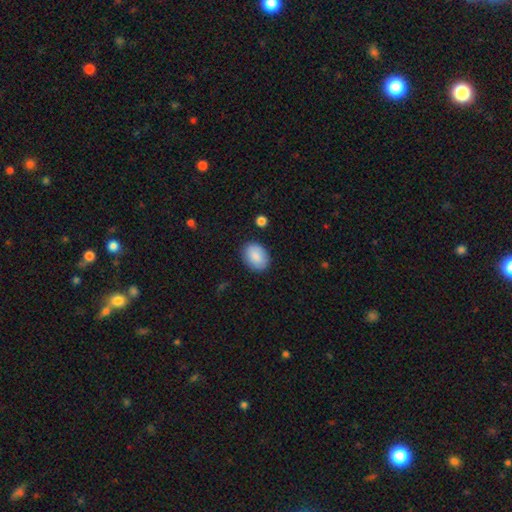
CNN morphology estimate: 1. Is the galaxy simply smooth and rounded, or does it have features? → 88% smooth, 6% star or artifact, 6% featured or disk.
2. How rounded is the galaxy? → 75% in between, 24% round, 1% cigar-shaped.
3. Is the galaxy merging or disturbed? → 86% none, 10% minor disturbance, 2% major disturbance, 1% merger.